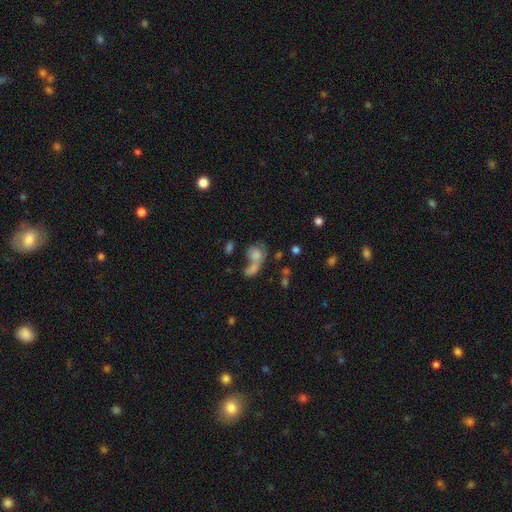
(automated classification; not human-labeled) This is likely a smooth galaxy (65%). How rounded: possibly in between (52%). Merging: possibly merger (53%).